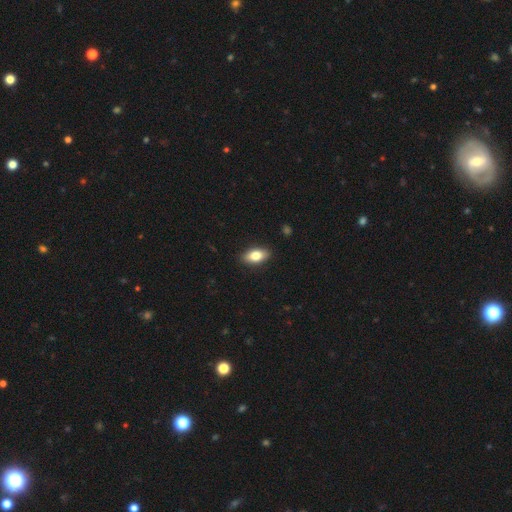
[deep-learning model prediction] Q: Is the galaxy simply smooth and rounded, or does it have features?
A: smooth — 80%.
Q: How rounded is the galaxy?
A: in between — 88%.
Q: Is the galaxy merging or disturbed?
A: none — 89%.